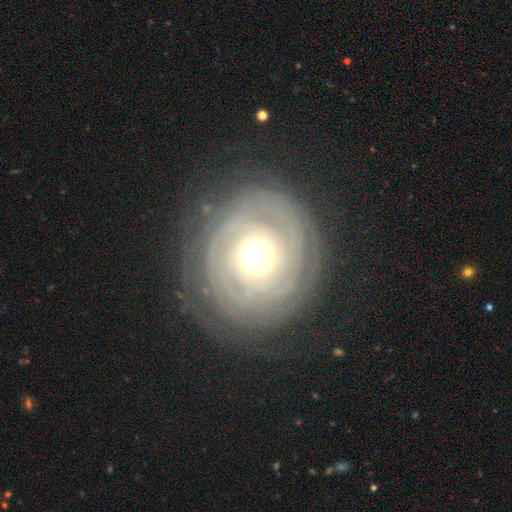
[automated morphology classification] A featured or disk galaxy (72%) with no bar (74%), tight (79%) spiral arms (76%) and a moderate central bulge (64%). Merging: none (82%).